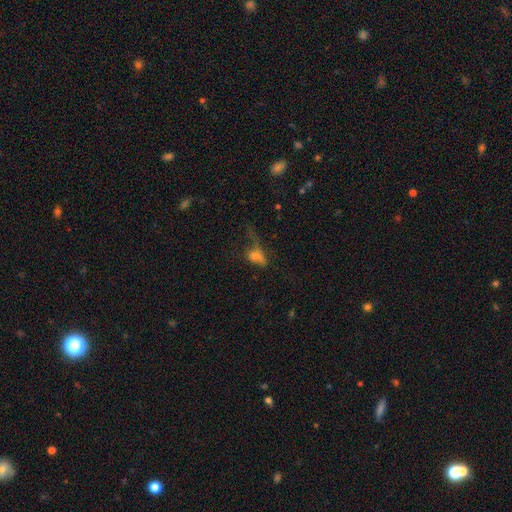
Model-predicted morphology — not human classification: Smooth or featured? smooth (57%)
How rounded? in between (65%)
Merging? major disturbance (50%)